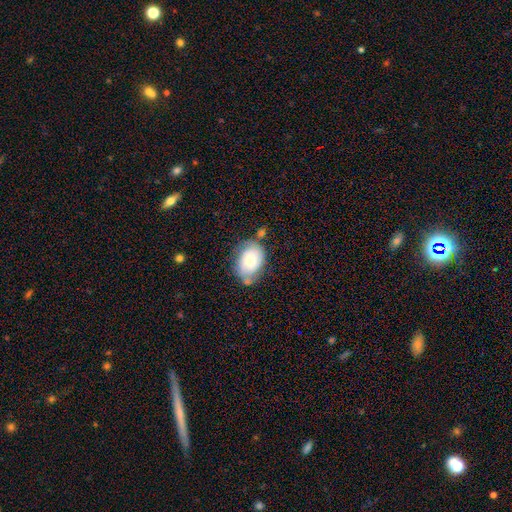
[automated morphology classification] Q: Smooth or featured?
A: smooth (58%); runner-up: featured or disk (33%)
Q: How rounded?
A: in between (75%); runner-up: round (24%)
Q: Merging?
A: none (59%); runner-up: minor disturbance (25%)